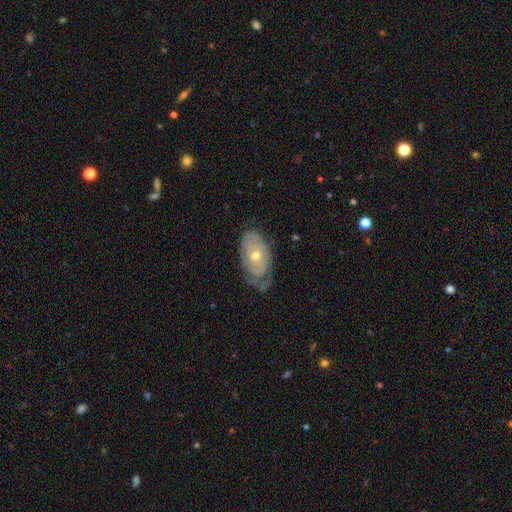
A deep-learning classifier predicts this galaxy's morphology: Smooth or featured? Predicted: featured or disk (p=0.69). Edge-on disk? Predicted: no (p=0.92). Bar? Predicted: no (p=0.84). Spiral arms? Predicted: yes (p=0.69). Bulge size? Predicted: moderate (p=0.56). Merging? Predicted: none (p=0.55).